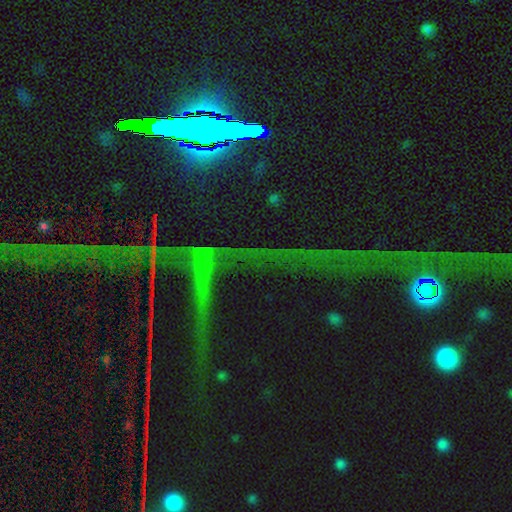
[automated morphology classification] smooth_or_featured: star or artifact (p=0.80) [alt: featured or disk p=0.12]